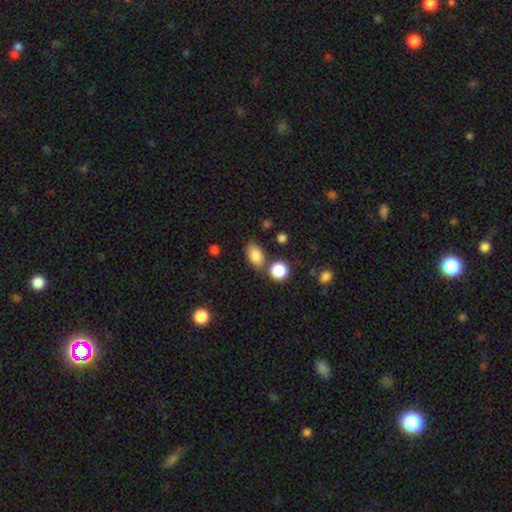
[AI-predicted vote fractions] A smooth galaxy with no disk features (83%) that is in between round and cigar-shaped (86%).

Vote fractions:
- Smooth or featured? smooth: 83% / star or artifact: 9% / featured or disk: 7%
- How rounded? in between: 86% / round: 12% / cigar-shaped: 2%
- Merging? none: 66% / merger: 16% / minor disturbance: 14% / major disturbance: 4%